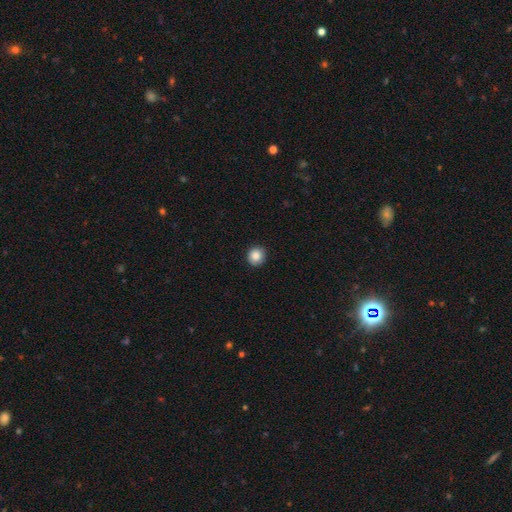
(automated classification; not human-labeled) Morphology: type=smooth (86%); roundness=round (91%); merging=none (91%).